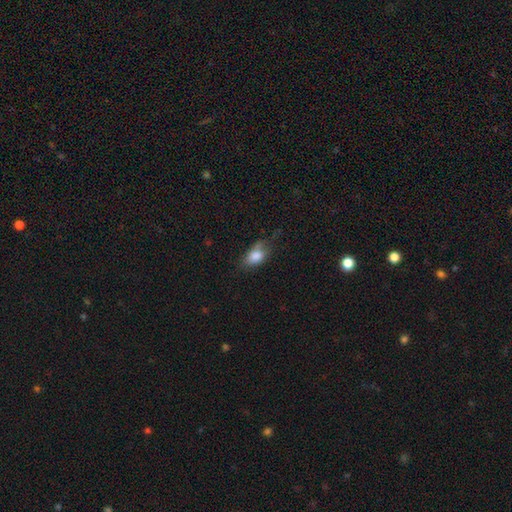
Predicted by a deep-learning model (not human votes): Overall: smooth (79%). How rounded: in between (84%). Merging: none (43%; minor disturbance 35%).